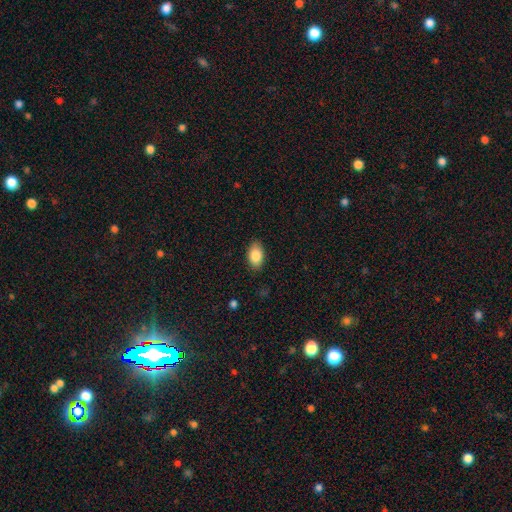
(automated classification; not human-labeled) The model was most divided on "merging": none: 87%, minor disturbance: 10%, major disturbance: 2%, merger: 1%. More confident: how rounded — in between (91%); smooth or featured — smooth (85%).